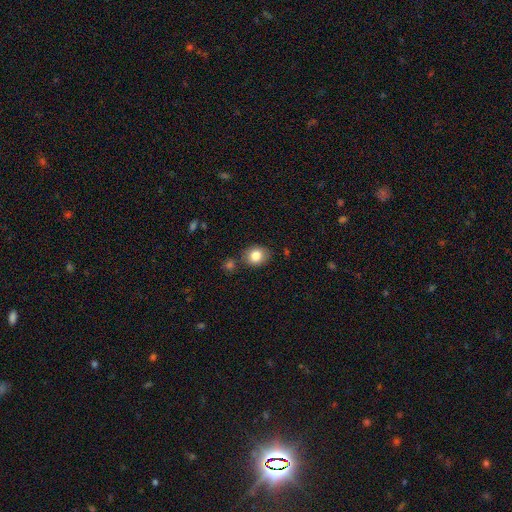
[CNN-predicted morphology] This appears to be a smooth galaxy with no disk features (83%) that is round (53%). Merging: none (77%).